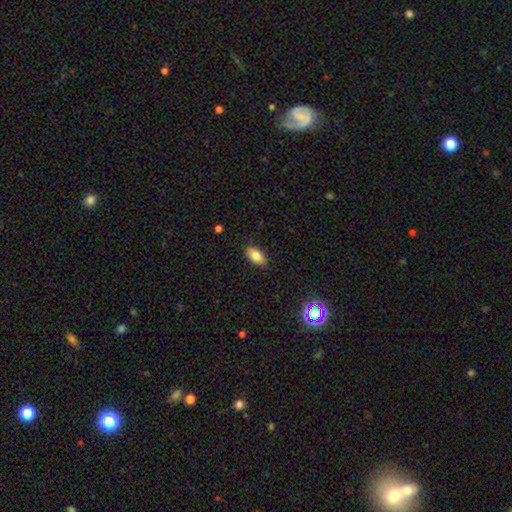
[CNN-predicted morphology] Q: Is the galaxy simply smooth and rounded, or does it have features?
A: smooth — 81%.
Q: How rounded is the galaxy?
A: in between — 92%.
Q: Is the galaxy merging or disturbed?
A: none — 87%.